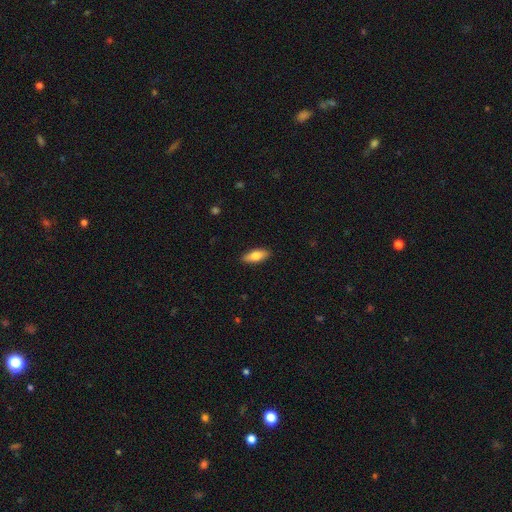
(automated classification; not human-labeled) smooth_or_featured: smooth (p=0.74) [alt: featured or disk p=0.20]
how_rounded: in between (p=0.75) [alt: cigar-shaped p=0.23]
merging: none (p=0.89) [alt: minor disturbance p=0.08]